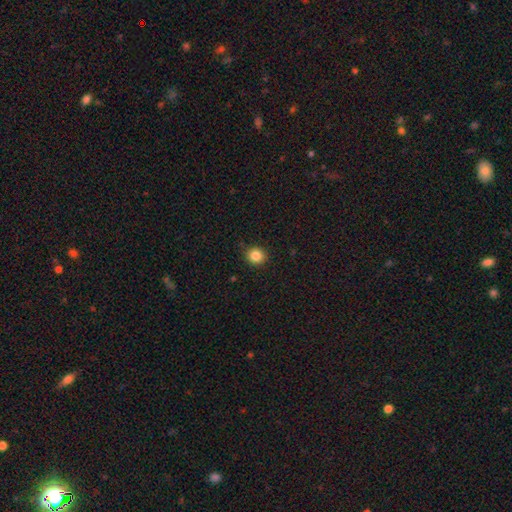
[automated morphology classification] Overall: smooth (85%). How rounded: round (87%). Merging: none (90%).